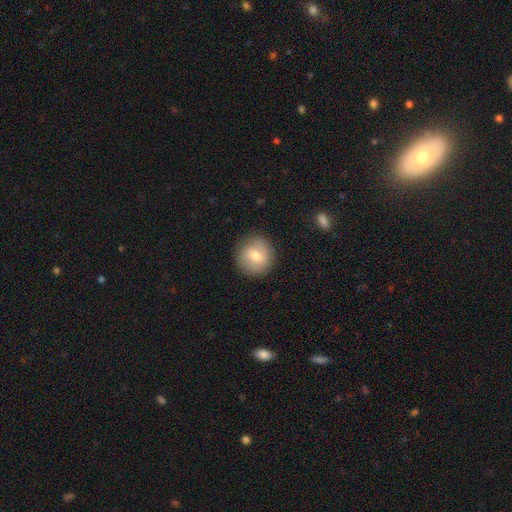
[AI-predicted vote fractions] Smooth or featured: smooth — 69% (featured or disk — 23%)
How rounded: round — 92% (in between — 7%)
Merging: none — 87% (minor disturbance — 9%)